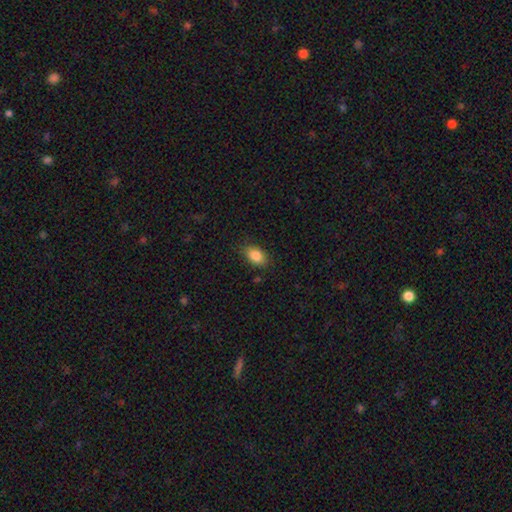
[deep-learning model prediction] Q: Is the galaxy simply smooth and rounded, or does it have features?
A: smooth — 86%.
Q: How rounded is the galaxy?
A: in between — 86%.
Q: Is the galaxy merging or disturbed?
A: none — 84%.